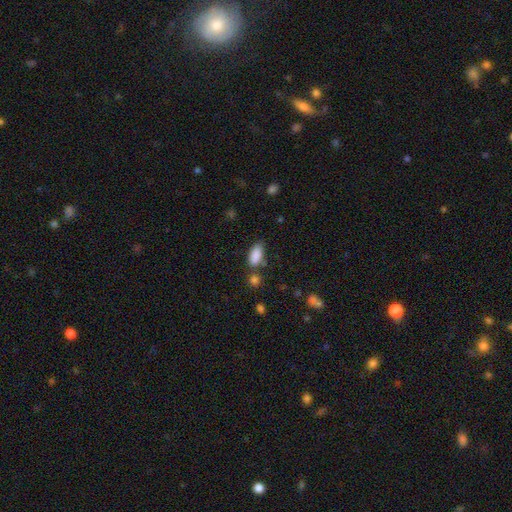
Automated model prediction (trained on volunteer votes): This is clearly a smooth galaxy (88%). How rounded: clearly in between (89%). Merging: likely none (66%).